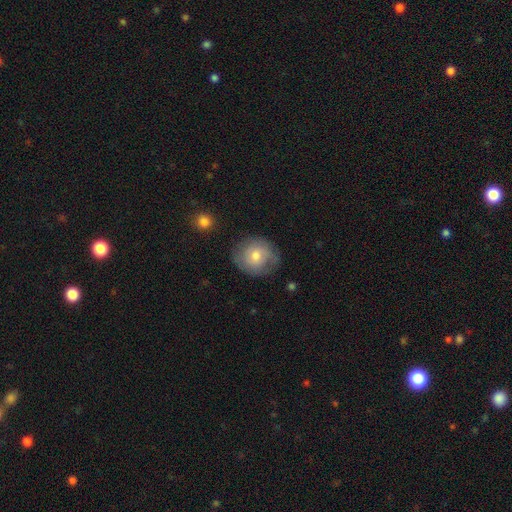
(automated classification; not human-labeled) Overall: smooth (63%; featured or disk 29%). How rounded: round (83%). Merging: none (71%).